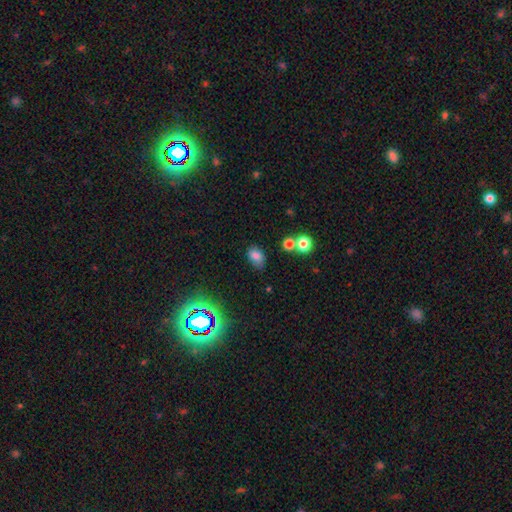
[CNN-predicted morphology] type=smooth (77%); roundness=in between (80%); merging=none (63%).